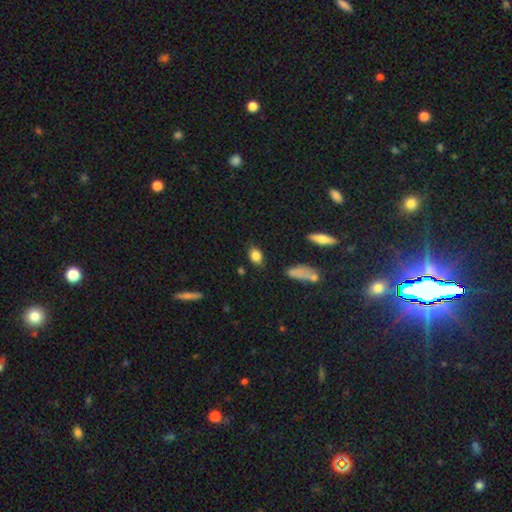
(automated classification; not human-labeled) Smooth or featured? Predicted: smooth (p=0.85). How rounded? Predicted: in between (p=0.76). Merging? Predicted: none (p=0.78).